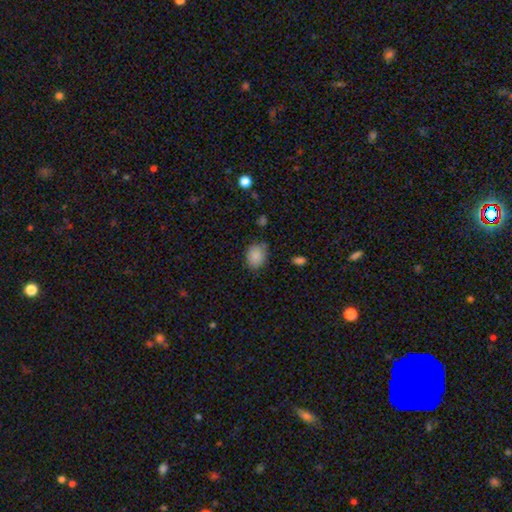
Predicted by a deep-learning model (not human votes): Q: Smooth or featured?
A: smooth (88%); runner-up: star or artifact (8%)
Q: How rounded?
A: round (52%); runner-up: in between (47%)
Q: Merging?
A: none (76%); runner-up: minor disturbance (18%)